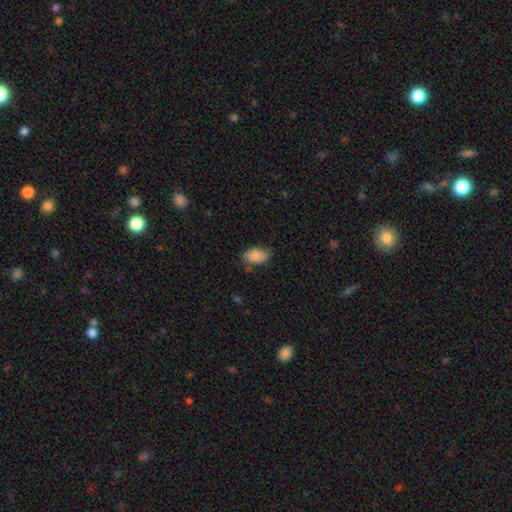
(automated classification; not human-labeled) smooth_or_featured: smooth (p=0.84) [alt: featured or disk p=0.08]
how_rounded: in between (p=0.91) [alt: round p=0.07]
merging: none (p=0.70) [alt: minor disturbance p=0.22]